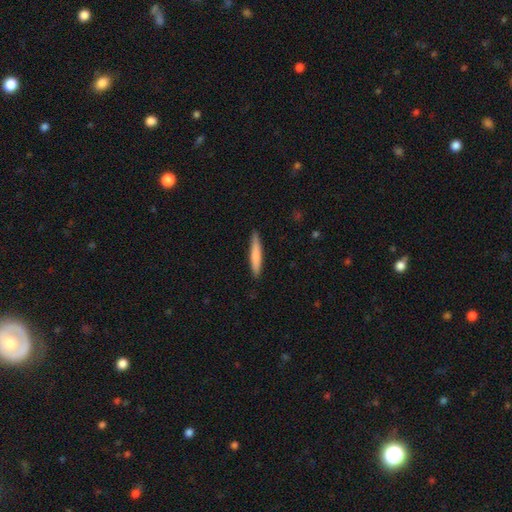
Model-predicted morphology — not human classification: type=smooth (77%); roundness=cigar-shaped (92%); merging=none (87%).